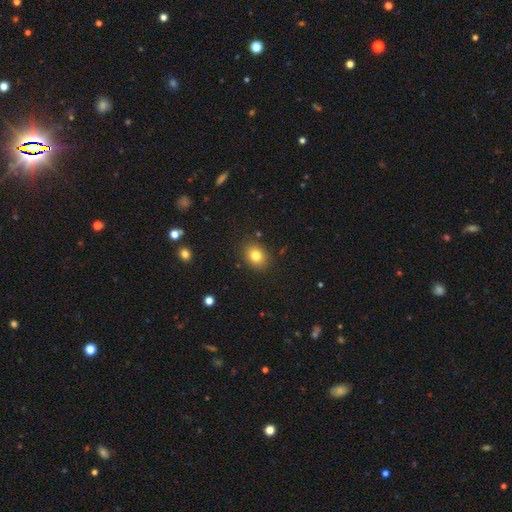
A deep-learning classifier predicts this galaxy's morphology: Smooth or featured?
  - smooth: 81% *
  - star or artifact: 11%
  - featured or disk: 8%
How rounded?
  - round: 50% *
  - in between: 49%
  - cigar-shaped: 1%
Merging?
  - none: 87% *
  - minor disturbance: 9%
  - major disturbance: 2%
  - merger: 2%